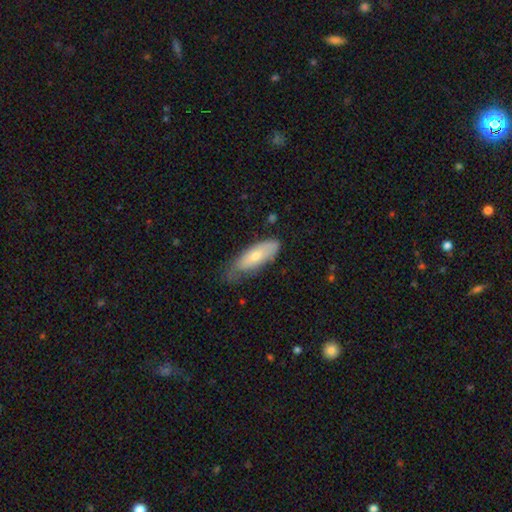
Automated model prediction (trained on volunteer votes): A smooth galaxy with no disk features (65%) that is in between round and cigar-shaped (63%).

Vote fractions:
- Smooth or featured? smooth: 65% / featured or disk: 29% / star or artifact: 6%
- How rounded? in between: 63% / cigar-shaped: 34% / round: 2%
- Merging? none: 54% / minor disturbance: 35% / major disturbance: 9% / merger: 2%